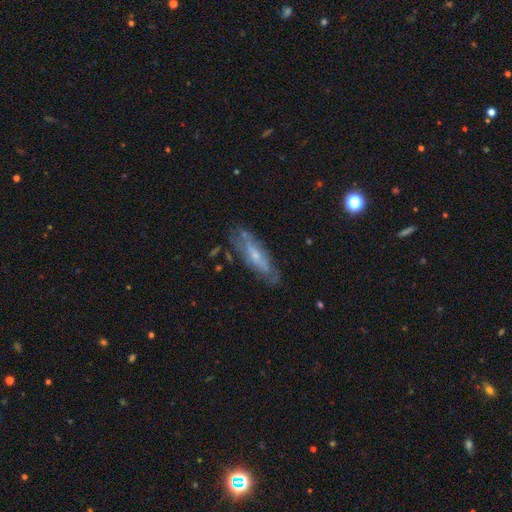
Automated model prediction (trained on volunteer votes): smooth_or_featured: featured or disk (p=0.59) [alt: smooth p=0.34]
disk_edge_on: no (p=0.64) [alt: yes p=0.36]
merging: none (p=0.68) [alt: minor disturbance p=0.21]